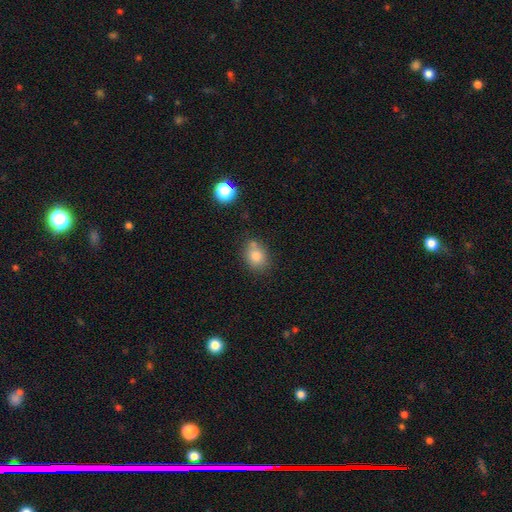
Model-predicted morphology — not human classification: A smooth galaxy with no disk features (79%) that is in between round and cigar-shaped (55%). Merging: none (63%).